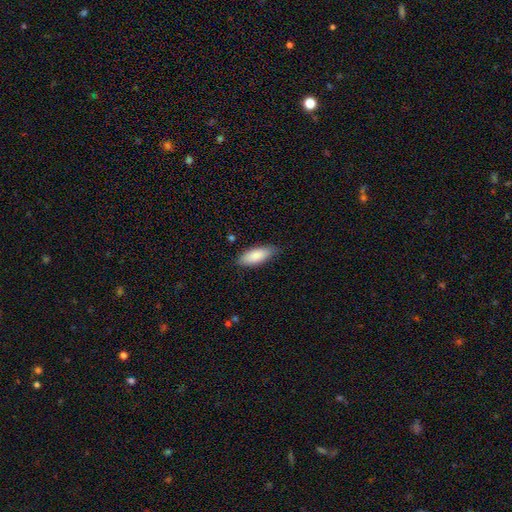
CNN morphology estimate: A smooth galaxy with no disk features (85%) that is in between round and cigar-shaped (77%). Merging: none (78%).